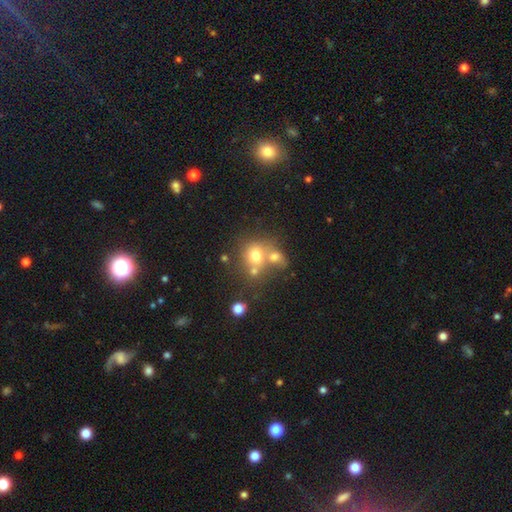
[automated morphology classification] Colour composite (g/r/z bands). It shows a smooth galaxy with no disk features (69%) that is round (77%). Merging: merger (45%).